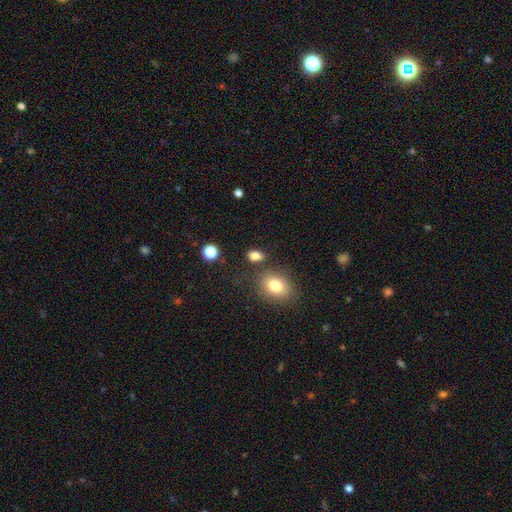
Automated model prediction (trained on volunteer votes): A smooth galaxy with no disk features (83%) that is in between round and cigar-shaped (77%).

Vote fractions:
- Smooth or featured? smooth: 83% / star or artifact: 12% / featured or disk: 5%
- How rounded? in between: 77% / round: 21% / cigar-shaped: 2%
- Merging? none: 74% / minor disturbance: 13% / merger: 9% / major disturbance: 4%